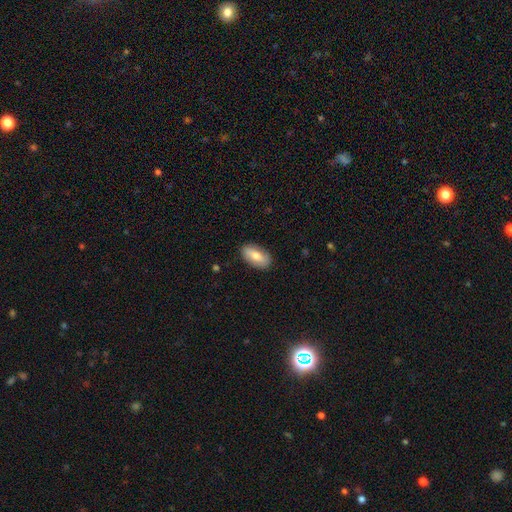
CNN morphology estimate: This is likely a smooth galaxy (74%). How rounded: clearly in between (91%). Merging: clearly none (87%).